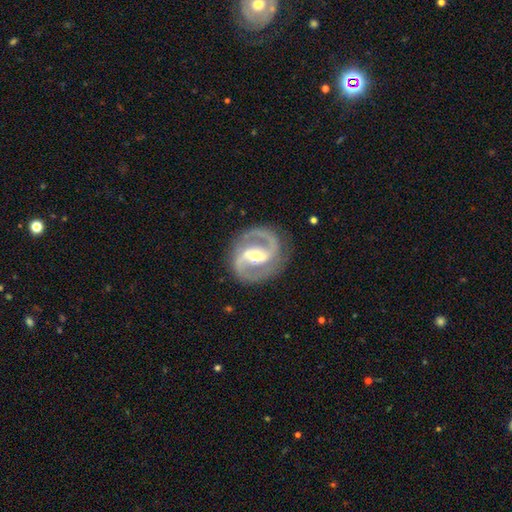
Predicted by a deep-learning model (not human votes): Smooth or featured?
  - featured or disk: 92% *
  - star or artifact: 4%
  - smooth: 4%
Edge-on disk?
  - no: 98% *
  - yes: 2%
Bar?
  - strong: 45% *
  - weak: 38%
  - no: 17%
Spiral arms?
  - yes: 98% *
  - no: 2%
Spiral winding?
  - medium: 63% *
  - tight: 25%
  - loose: 12%
Spiral arm count?
  - 2: 94% *
  - can't tell: 2%
  - 3: 1%
  - 1: 1%
  - 4: 1%
  - more than 4: 1%
Bulge size?
  - moderate: 57% *
  - small: 37%
  - large: 4%
  - none: 1%
  - dominant: 1%
Merging?
  - none: 85% *
  - minor disturbance: 10%
  - major disturbance: 3%
  - merger: 1%